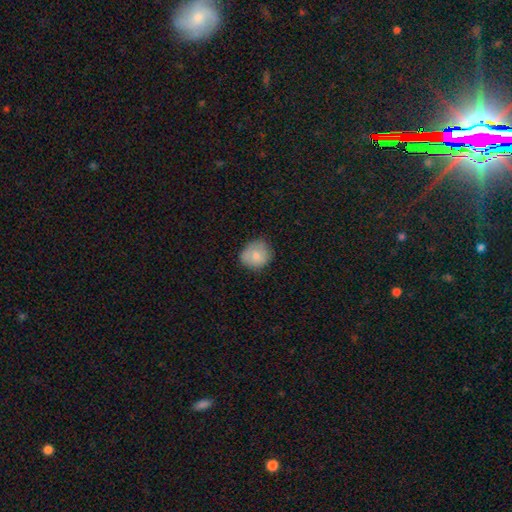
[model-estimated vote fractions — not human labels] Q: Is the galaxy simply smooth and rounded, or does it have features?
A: smooth — 80%.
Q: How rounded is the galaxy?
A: round — 77%.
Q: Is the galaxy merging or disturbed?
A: none — 72%.